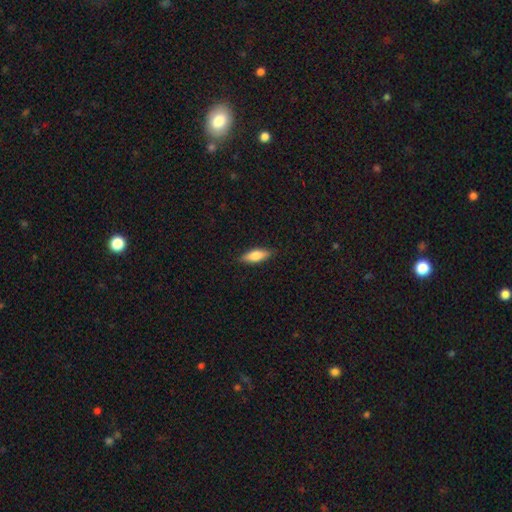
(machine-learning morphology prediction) type=smooth (72%); roundness=in between (61%); merging=none (87%).